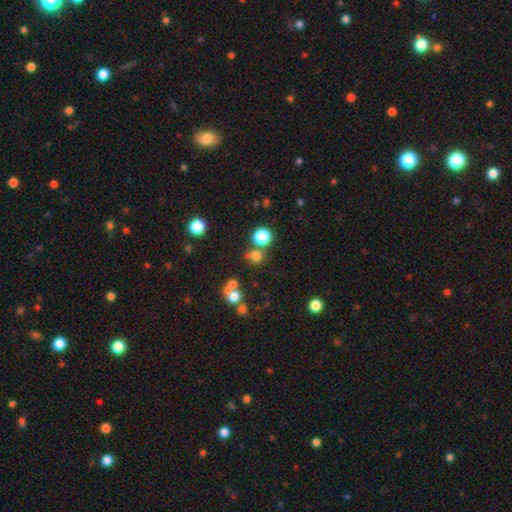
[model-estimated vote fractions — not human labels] Smooth or featured? Predicted: smooth (p=0.72). How rounded? Predicted: round (p=0.89). Merging? Predicted: none (p=0.66).